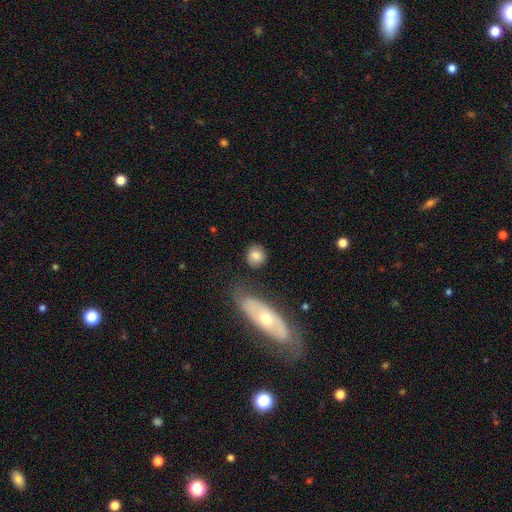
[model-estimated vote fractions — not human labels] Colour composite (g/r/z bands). It shows a smooth galaxy with no disk features (80%) that is round (76%). Merging: none (77%).